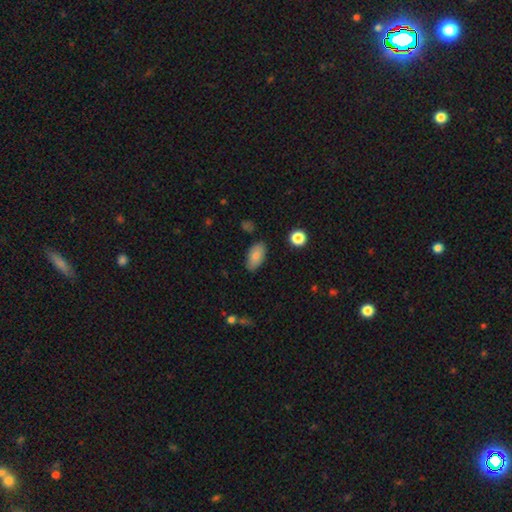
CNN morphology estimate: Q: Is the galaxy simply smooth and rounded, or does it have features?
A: smooth — 83%.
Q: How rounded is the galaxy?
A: in between — 92%.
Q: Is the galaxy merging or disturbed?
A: none — 81%.